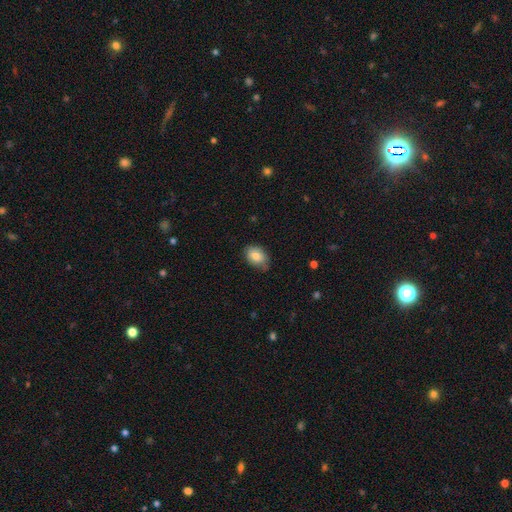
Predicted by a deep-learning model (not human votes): The model was most divided on "merging": none: 72%, minor disturbance: 23%, major disturbance: 4%, merger: 1%. More confident: smooth or featured — smooth (82%); how rounded — in between (78%).